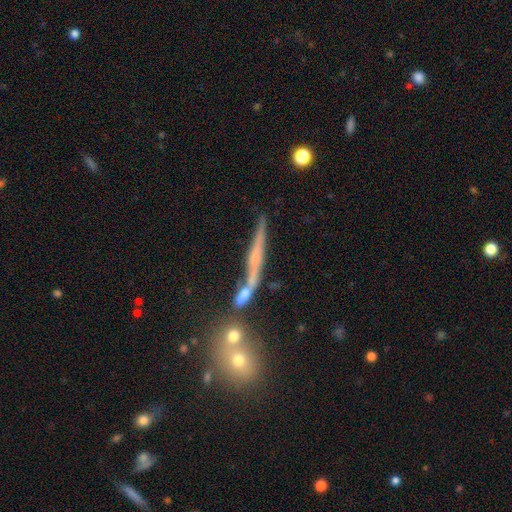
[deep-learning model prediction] smooth-or-featured: featured or disk: 54% | smooth: 35% | star or artifact: 11%
  disk-edge-on: yes: 85% | no: 15%
  merging: none: 53% | merger: 23% | minor disturbance: 16% | major disturbance: 9%